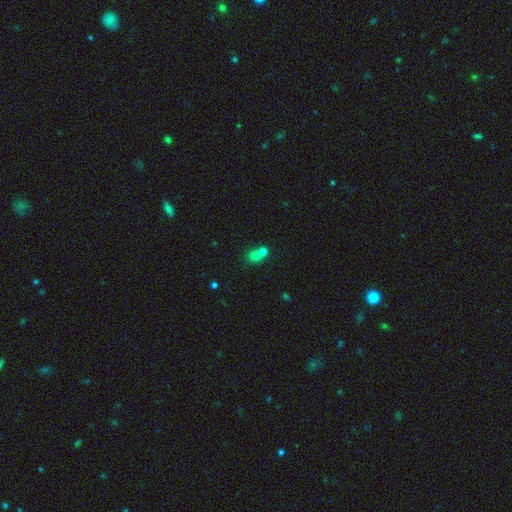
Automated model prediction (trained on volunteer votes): smooth_or_featured: smooth (p=0.70) [alt: star or artifact p=0.18]
how_rounded: round (p=0.79) [alt: in between p=0.20]
merging: merger (p=0.51) [alt: none p=0.41]